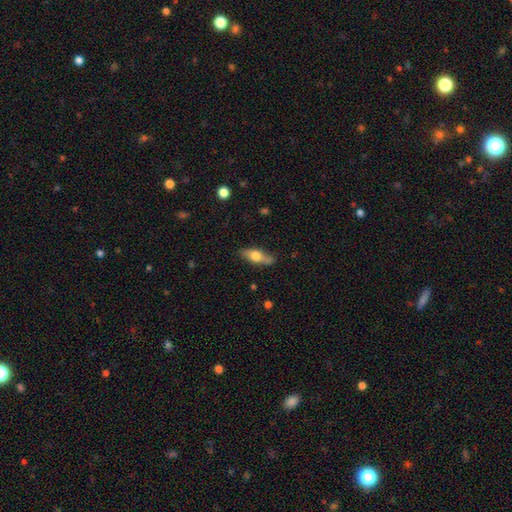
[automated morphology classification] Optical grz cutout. It shows a smooth galaxy with no disk features (54%) that is in between round and cigar-shaped (56%). Merging: none (76%).